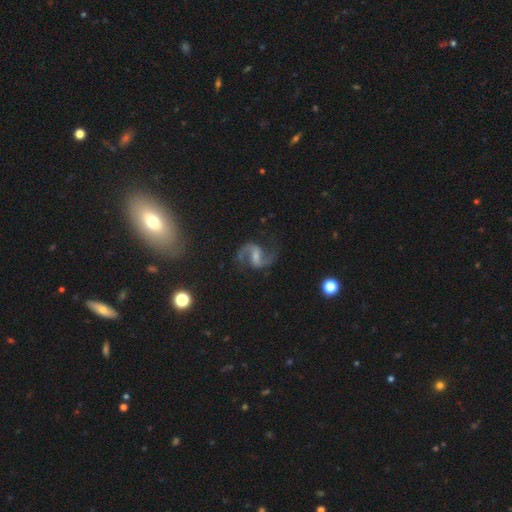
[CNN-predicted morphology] A featured or disk galaxy (90%) with a weak bar (49%), 2 (94%) loose (52%) spiral arms (98%) and a small central bulge (44%).

Vote fractions:
- Smooth or featured? featured or disk: 90% / star or artifact: 6% / smooth: 4%
- Edge-on disk? no: 98% / yes: 2%
- Bar? weak: 49% / strong: 33% / no: 18%
- Spiral arms? yes: 98% / no: 2%
- Spiral winding? loose: 52% / medium: 42% / tight: 6%
- Spiral arm count? 2: 94% / can't tell: 2% / 1: 1% / 3: 1% / 4: 1% / more than 4: 1%
- Bulge size? small: 44% / moderate: 27% / none: 25% / large: 3% / dominant: 1%
- Merging? none: 78% / minor disturbance: 12% / major disturbance: 7% / merger: 2%